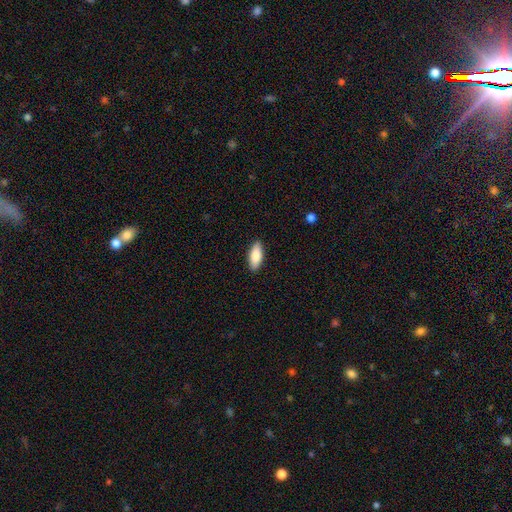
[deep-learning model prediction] smooth-or-featured: smooth: 86% | featured or disk: 9% | star or artifact: 6%
  how-rounded: in between: 81% | cigar-shaped: 17% | round: 2%
  merging: none: 89% | minor disturbance: 8% | major disturbance: 2% | merger: 1%